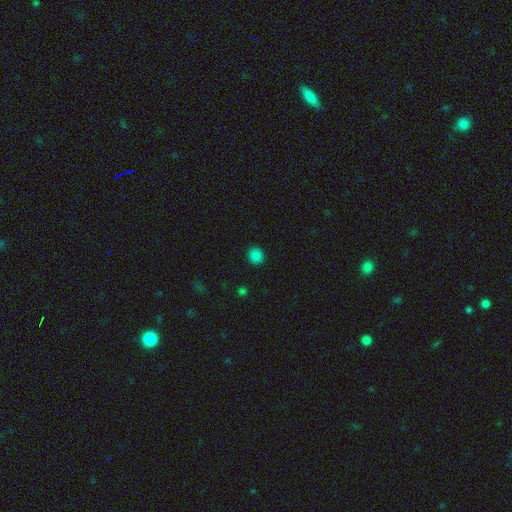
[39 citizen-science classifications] smooth 87%, star or artifact 10%, featured or disk 3%. Down the decision tree: how rounded — round (88%); merging — none (94%).